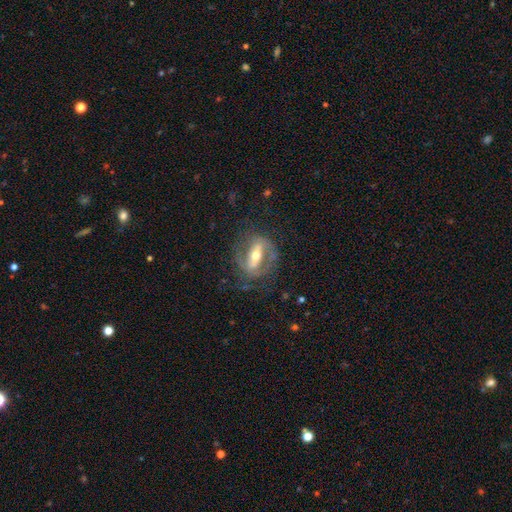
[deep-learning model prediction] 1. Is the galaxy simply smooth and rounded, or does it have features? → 79% featured or disk, 15% smooth, 6% star or artifact.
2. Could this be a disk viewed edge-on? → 89% no, 11% yes.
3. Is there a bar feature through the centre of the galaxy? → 57% strong, 27% weak, 16% no.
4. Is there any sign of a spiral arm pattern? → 78% yes, 22% no.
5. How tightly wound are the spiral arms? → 44% medium, 32% tight, 24% loose.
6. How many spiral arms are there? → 77% 2, 13% can't tell, 5% 1, 3% 3, 1% 4, 1% more than 4.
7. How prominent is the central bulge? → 65% moderate, 27% small, 6% large, 1% dominant, 1% none.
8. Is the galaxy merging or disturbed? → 64% none, 18% minor disturbance, 16% major disturbance, 2% merger.